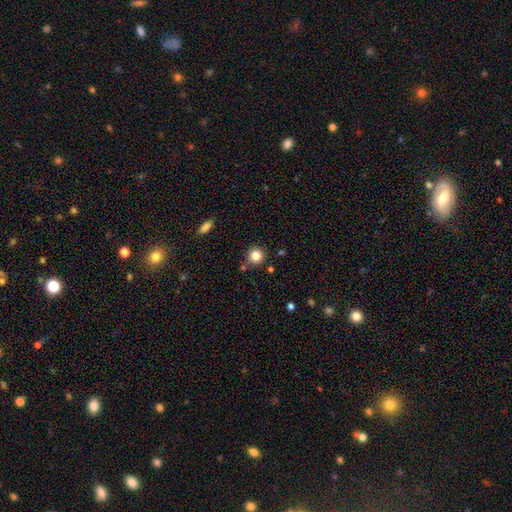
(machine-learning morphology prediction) This is clearly a smooth galaxy (83%). How rounded: clearly round (91%). Merging: clearly none (82%).